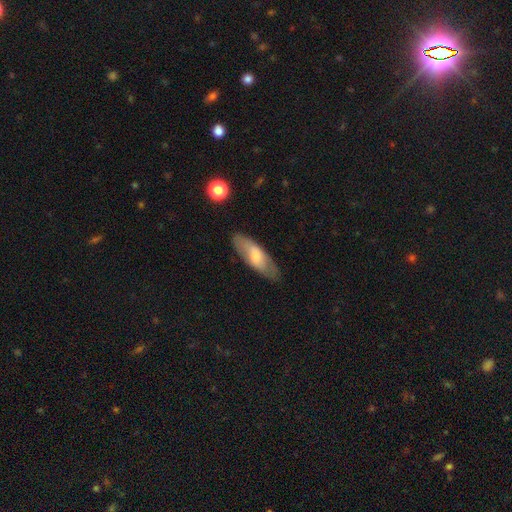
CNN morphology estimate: Smooth or featured?
  - smooth: 62% *
  - featured or disk: 32%
  - star or artifact: 6%
How rounded?
  - in between: 65% *
  - cigar-shaped: 33%
  - round: 2%
Merging?
  - none: 81% *
  - minor disturbance: 14%
  - major disturbance: 4%
  - merger: 2%